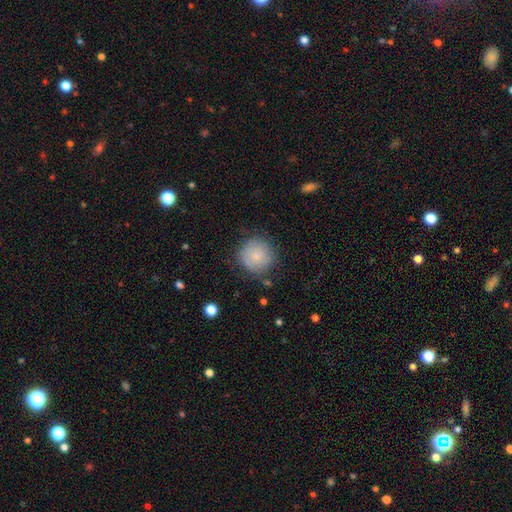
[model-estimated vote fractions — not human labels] Overall: smooth (80%). How rounded: round (94%). Merging: none (77%).